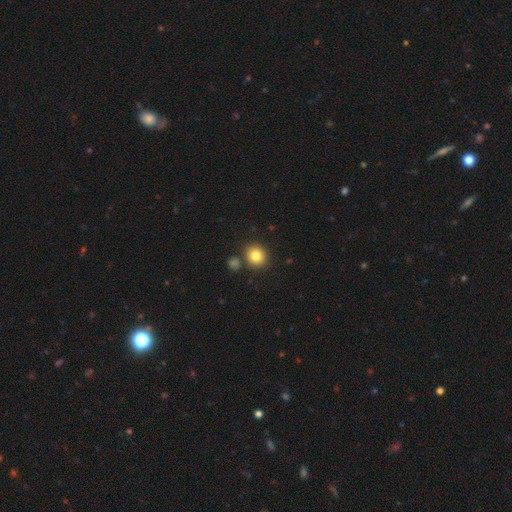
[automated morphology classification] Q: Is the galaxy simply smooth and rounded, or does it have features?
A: smooth — 82%.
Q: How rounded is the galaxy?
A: round — 84%.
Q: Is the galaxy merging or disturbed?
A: none — 83%.